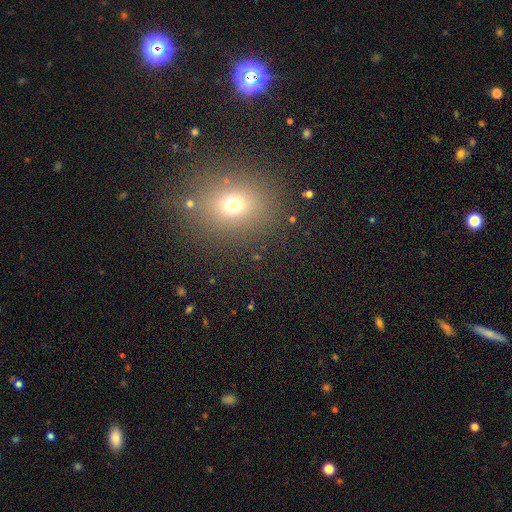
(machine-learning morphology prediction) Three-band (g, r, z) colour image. It shows a smooth galaxy with no disk features (60%) that is round (59%). Merging: none (85%).